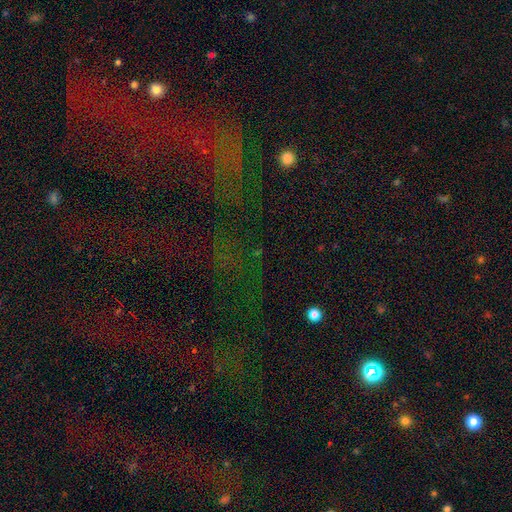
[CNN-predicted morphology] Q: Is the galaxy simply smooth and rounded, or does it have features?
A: star or artifact — 69%.